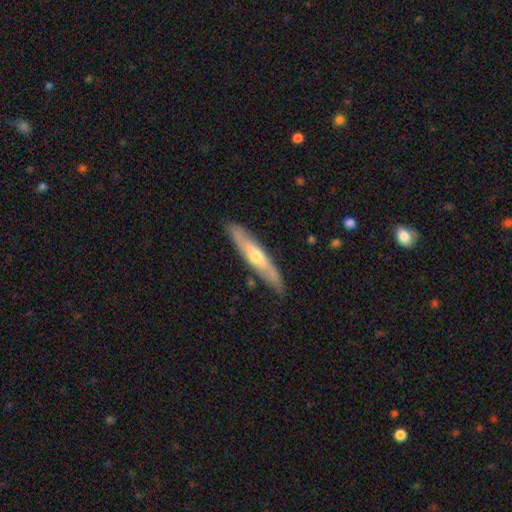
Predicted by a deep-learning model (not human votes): smooth_or_featured: featured or disk (p=0.60) [alt: smooth p=0.34]
disk_edge_on: yes (p=0.81) [alt: no p=0.19]
merging: none (p=0.84) [alt: minor disturbance p=0.13]